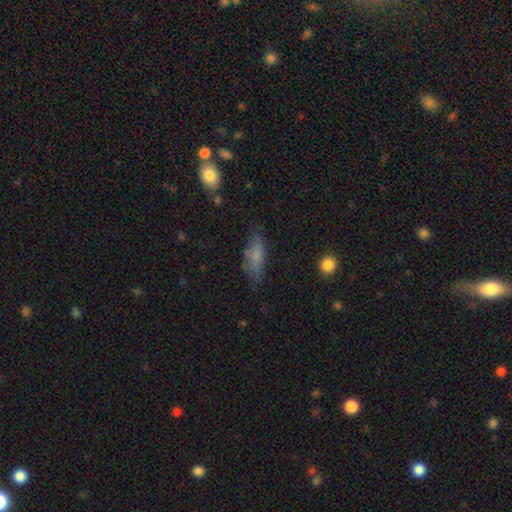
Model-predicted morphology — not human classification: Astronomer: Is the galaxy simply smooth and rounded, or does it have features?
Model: smooth — 69%.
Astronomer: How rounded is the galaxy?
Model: in between — 65%.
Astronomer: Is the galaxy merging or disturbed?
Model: none — 58%.